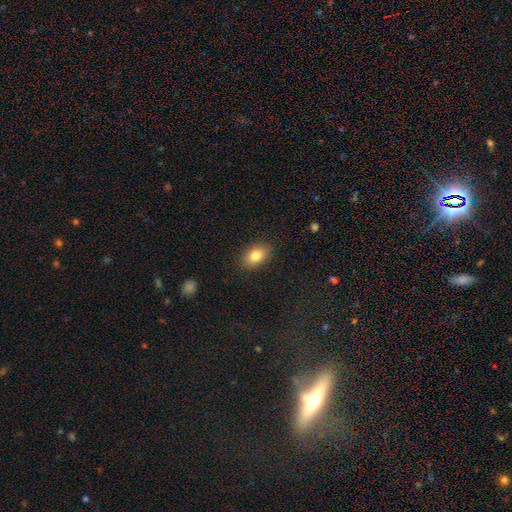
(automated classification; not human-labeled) smooth-or-featured: smooth: 82% | featured or disk: 10% | star or artifact: 8%
  how-rounded: in between: 85% | round: 14% | cigar-shaped: 1%
  merging: none: 87% | minor disturbance: 9% | major disturbance: 2% | merger: 1%